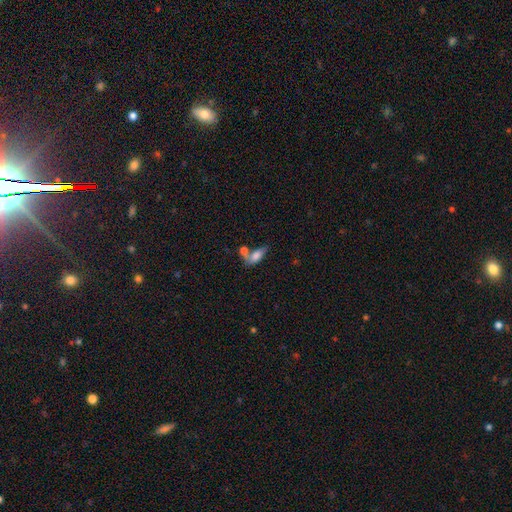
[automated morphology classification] This is likely a smooth galaxy (75%). How rounded: clearly in between (81%). Merging: marginally merger (42%).